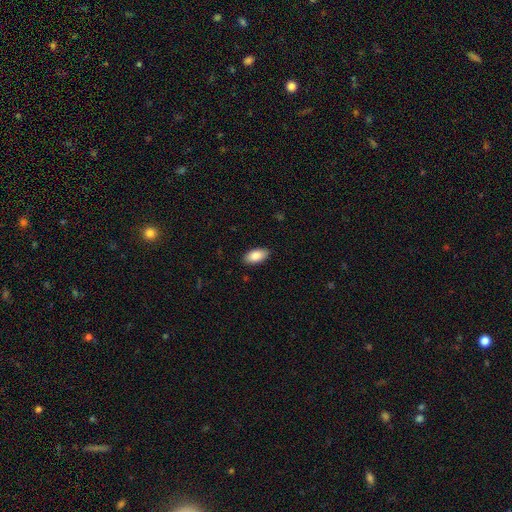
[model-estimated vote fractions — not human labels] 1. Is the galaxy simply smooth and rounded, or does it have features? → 87% smooth, 7% featured or disk, 6% star or artifact.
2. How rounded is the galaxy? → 94% in between, 4% cigar-shaped, 2% round.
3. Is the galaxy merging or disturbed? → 89% none, 8% minor disturbance, 2% major disturbance, 1% merger.